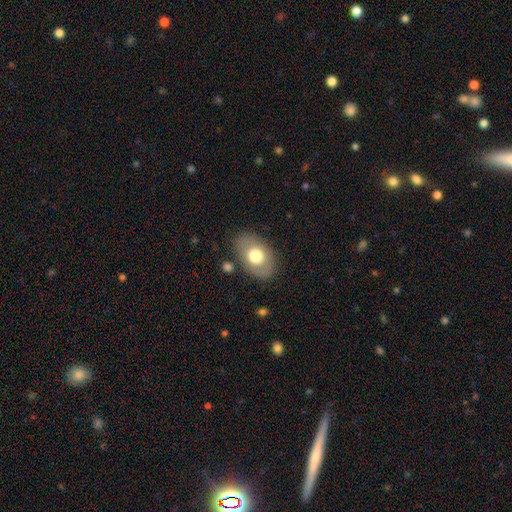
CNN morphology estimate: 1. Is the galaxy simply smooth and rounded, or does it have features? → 64% smooth, 30% featured or disk, 7% star or artifact.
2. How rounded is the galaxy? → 85% in between, 14% round, 1% cigar-shaped.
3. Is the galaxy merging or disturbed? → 80% none, 13% minor disturbance, 4% major disturbance, 3% merger.